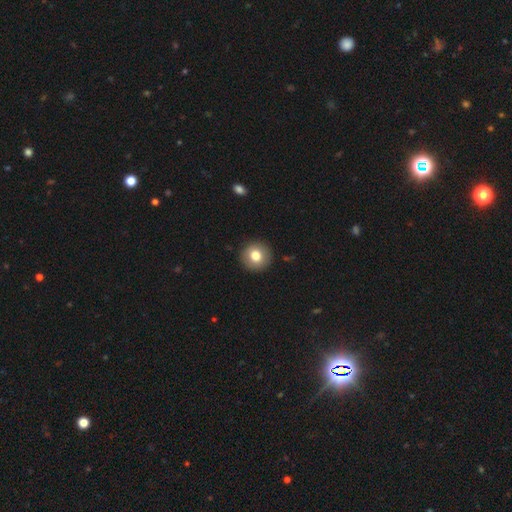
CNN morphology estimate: type=smooth (78%); roundness=round (94%); merging=none (92%).